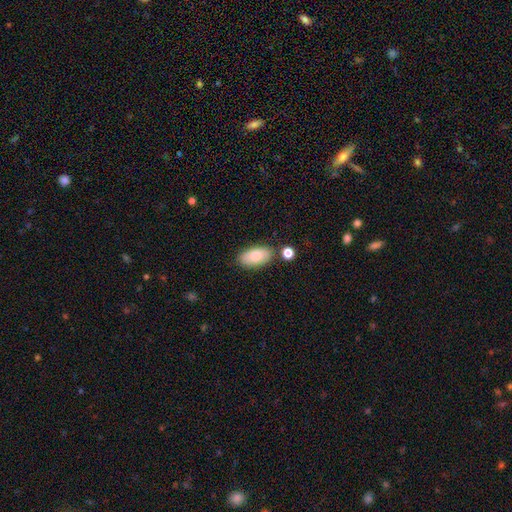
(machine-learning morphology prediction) The model was most divided on "merging": none: 77%, minor disturbance: 13%, merger: 6%, major disturbance: 3%. More confident: how rounded — in between (93%); smooth or featured — smooth (81%).